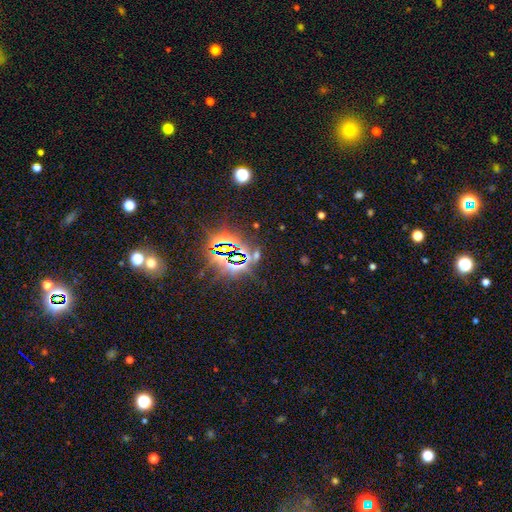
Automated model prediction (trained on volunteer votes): Overall: star or artifact (77%).